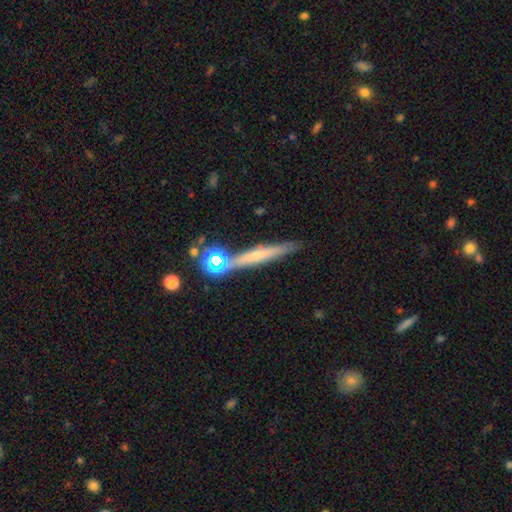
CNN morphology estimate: Smooth or featured? featured or disk (48%)
Merging? none (75%)